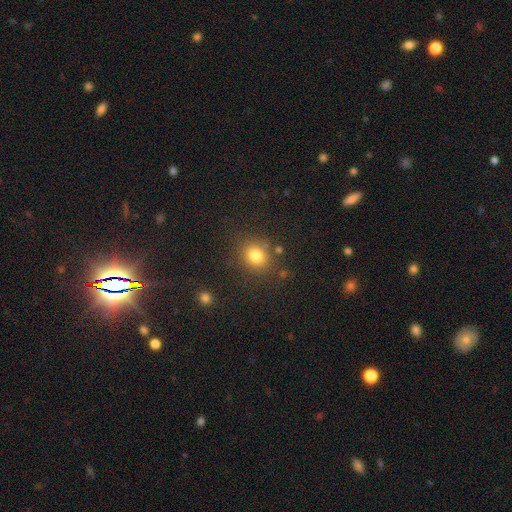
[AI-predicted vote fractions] A smooth galaxy with no disk features (78%) that is round (74%).

Vote fractions:
- Smooth or featured? smooth: 78% / star or artifact: 14% / featured or disk: 7%
- How rounded? round: 74% / in between: 25% / cigar-shaped: 1%
- Merging? none: 81% / minor disturbance: 10% / merger: 5% / major disturbance: 4%